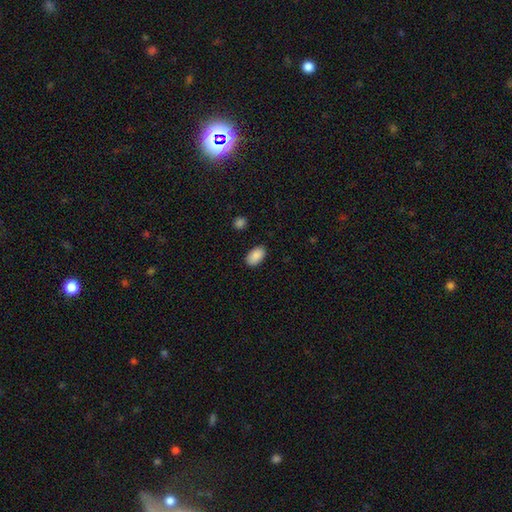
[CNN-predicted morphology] smooth_or_featured: smooth (p=0.90) [alt: star or artifact p=0.07]
how_rounded: in between (p=0.94) [alt: round p=0.05]
merging: none (p=0.87) [alt: minor disturbance p=0.09]